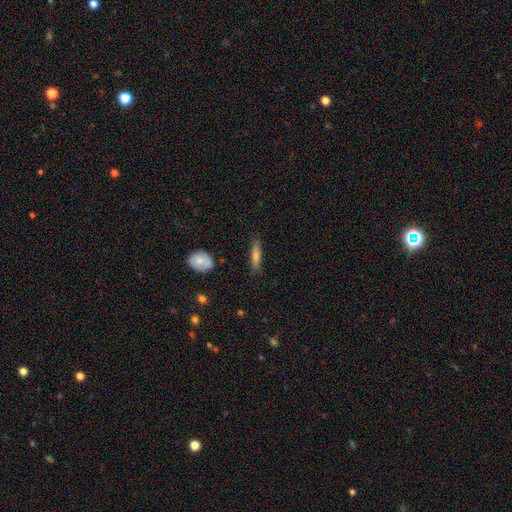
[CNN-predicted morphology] smooth_or_featured: smooth (p=0.66) [alt: featured or disk p=0.27]
how_rounded: cigar-shaped (p=0.78) [alt: in between p=0.19]
merging: none (p=0.82) [alt: minor disturbance p=0.14]